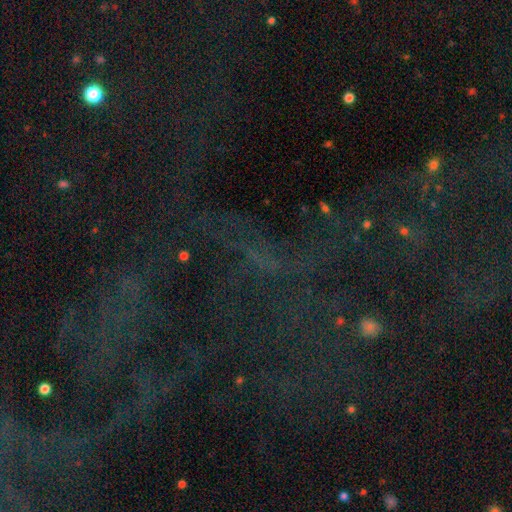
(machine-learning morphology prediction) This is likely a star or artifact rather than a galaxy (73%).